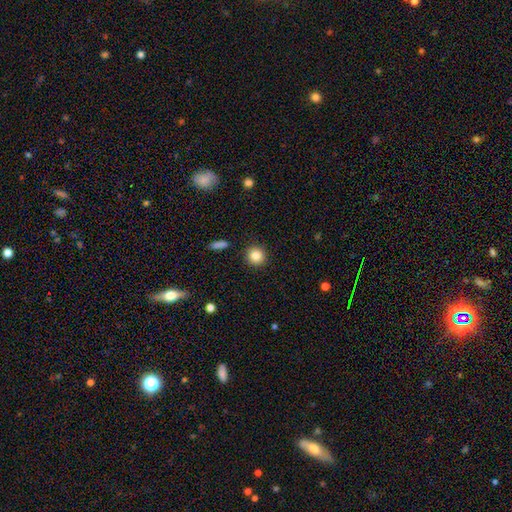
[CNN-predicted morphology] smooth 85%, star or artifact 9%, featured or disk 6%. Down the decision tree: how rounded — round (92%); merging — none (91%).